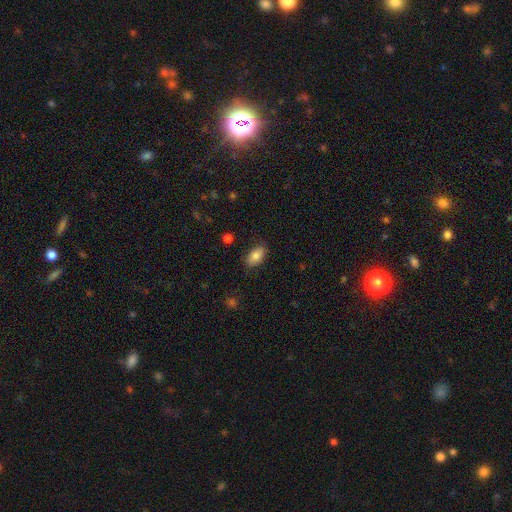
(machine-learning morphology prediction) smooth-or-featured: smooth: 82% | featured or disk: 11% | star or artifact: 8%
  how-rounded: in between: 92% | round: 5% | cigar-shaped: 3%
  merging: none: 83% | minor disturbance: 13% | major disturbance: 3% | merger: 1%